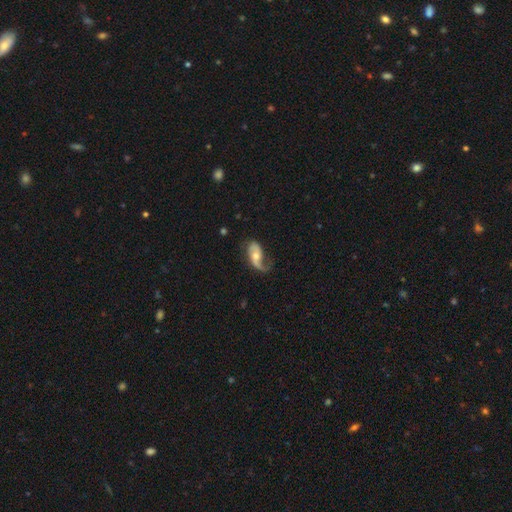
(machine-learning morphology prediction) Smooth or featured?
  - featured or disk: 74% *
  - smooth: 20%
  - star or artifact: 6%
Edge-on disk?
  - no: 95% *
  - yes: 5%
Bar?
  - no: 62% *
  - weak: 29%
  - strong: 10%
Spiral arms?
  - yes: 92% *
  - no: 8%
Spiral winding?
  - loose: 63% *
  - medium: 27%
  - tight: 10%
Spiral arm count?
  - 2: 61% *
  - 1: 32%
  - can't tell: 4%
  - 3: 1%
  - 4: 1%
  - more than 4: 1%
Bulge size?
  - moderate: 58% *
  - small: 33%
  - large: 5%
  - none: 2%
  - dominant: 1%
Merging?
  - none: 46% *
  - minor disturbance: 27%
  - major disturbance: 25%
  - merger: 3%